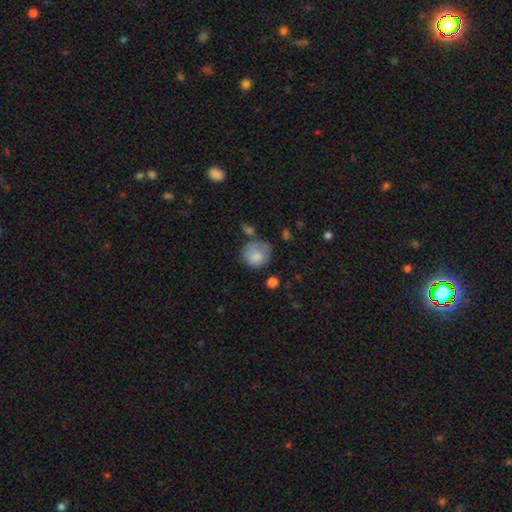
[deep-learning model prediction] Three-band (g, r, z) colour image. It shows a smooth galaxy with no disk features (78%) that is round (75%). Merging: none (46%).